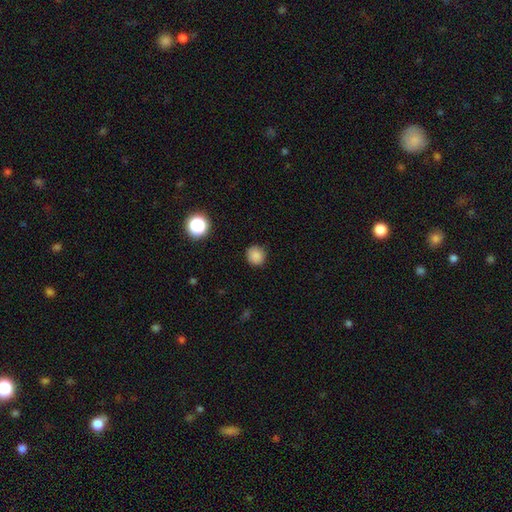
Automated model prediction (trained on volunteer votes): Smooth or featured? smooth (85%)
How rounded? round (89%)
Merging? none (88%)